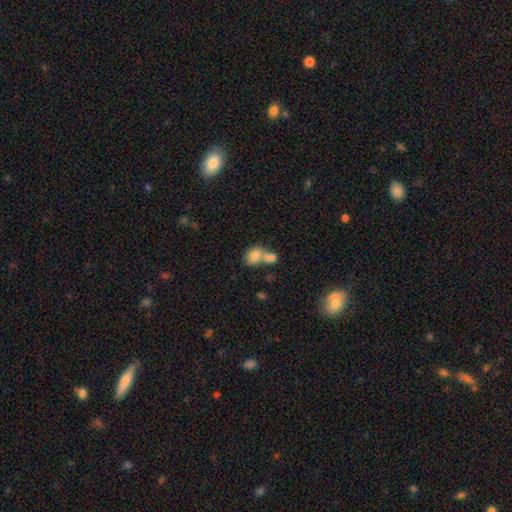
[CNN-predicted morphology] smooth_or_featured: smooth (p=0.78) [alt: featured or disk p=0.12]
how_rounded: in between (p=0.49) [tied with: round p=0.49]
merging: merger (p=0.59) [alt: none p=0.28]